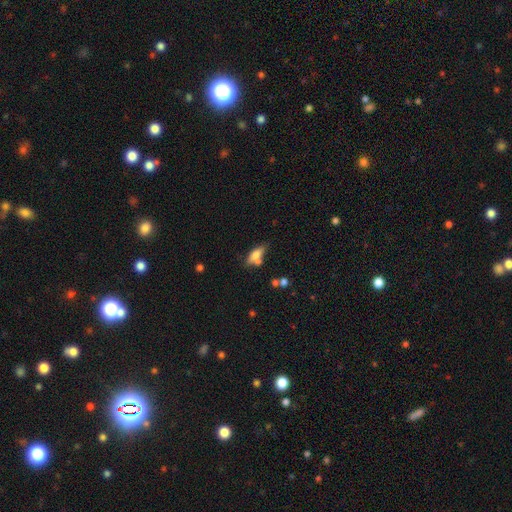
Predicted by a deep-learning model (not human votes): smooth_or_featured: smooth (p=0.66) [alt: featured or disk p=0.24]
how_rounded: in between (p=0.66) [alt: cigar-shaped p=0.31]
merging: none (p=0.48) [alt: minor disturbance p=0.22]